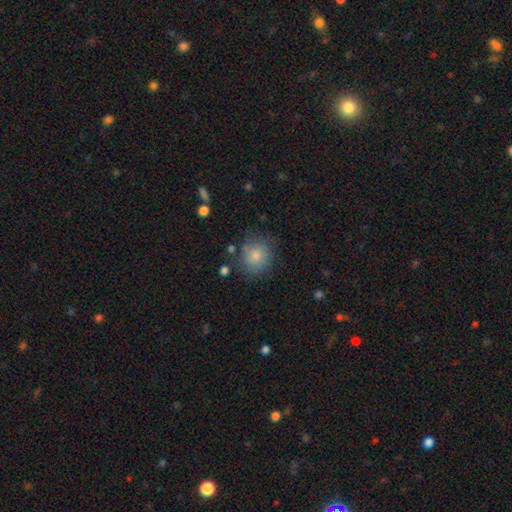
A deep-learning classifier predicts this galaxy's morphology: smooth-or-featured: smooth: 81% | featured or disk: 10% | star or artifact: 9%
  how-rounded: round: 84% | in between: 15% | cigar-shaped: 1%
  merging: none: 73% | minor disturbance: 18% | major disturbance: 6% | merger: 3%